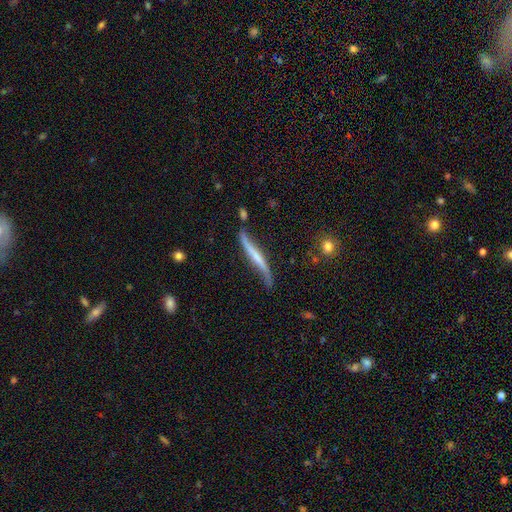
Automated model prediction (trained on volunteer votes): Morphology: type=featured or disk (69%); edge-on=yes (69%); merging=none (54%).